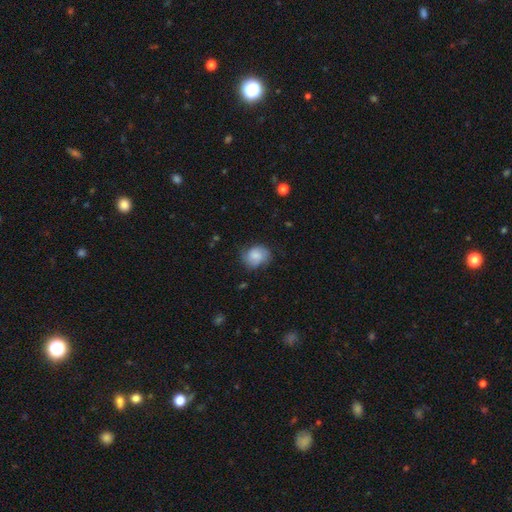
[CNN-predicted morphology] A smooth galaxy with no disk features (70%) that is round (58%).

Vote fractions:
- Smooth or featured? smooth: 70% / featured or disk: 22% / star or artifact: 8%
- How rounded? round: 58% / in between: 41% / cigar-shaped: 1%
- Merging? none: 64% / minor disturbance: 27% / major disturbance: 8% / merger: 1%